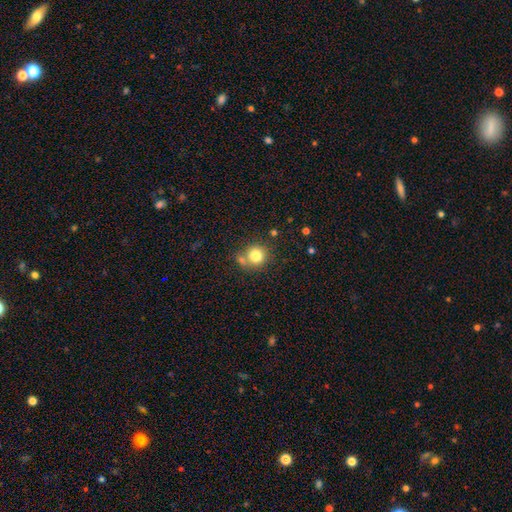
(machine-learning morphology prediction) A smooth galaxy with no disk features (81%) that is round (88%). Merging: none (63%).